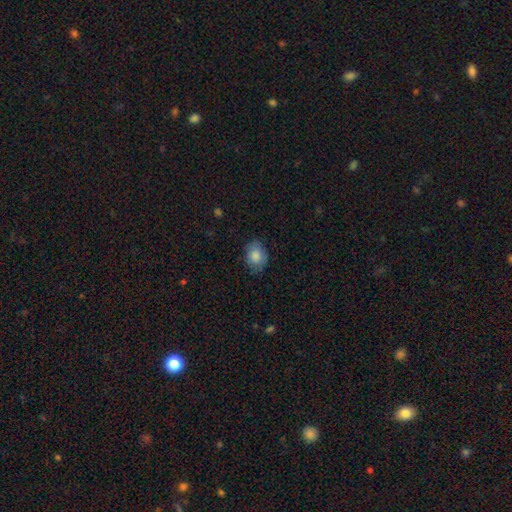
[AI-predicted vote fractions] smooth 85%, featured or disk 8%, star or artifact 7%. Down the decision tree: how rounded — in between (59%); merging — none (75%).